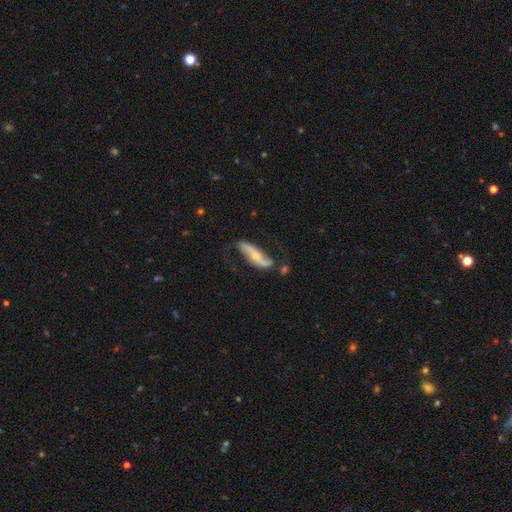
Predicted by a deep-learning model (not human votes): A featured or disk galaxy (70%) with no bar (46%), spiral arms (86%) and a small central bulge (52%). Merging: none (60%).